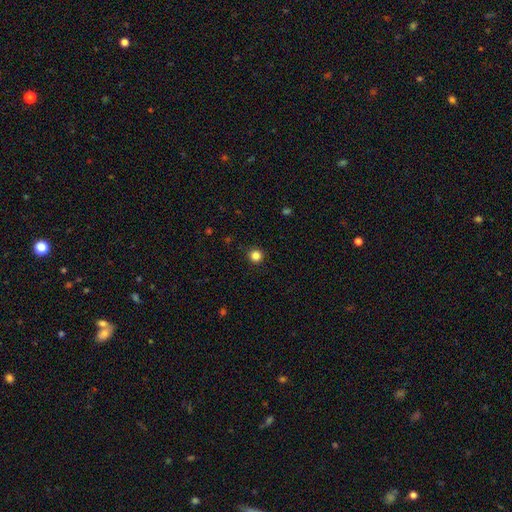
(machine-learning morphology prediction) Smooth or featured?
  - smooth: 84% *
  - star or artifact: 13%
  - featured or disk: 4%
How rounded?
  - round: 95% *
  - in between: 4%
  - cigar-shaped: 1%
Merging?
  - none: 92% *
  - minor disturbance: 5%
  - major disturbance: 2%
  - merger: 1%